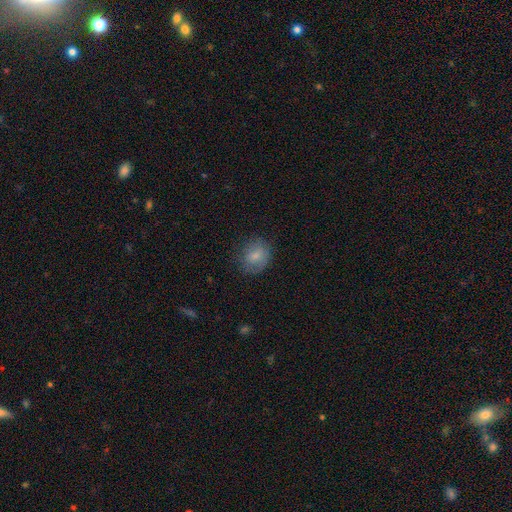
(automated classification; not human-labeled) The model was most divided on "how rounded": round: 63%, in between: 36%, cigar-shaped: 1%. More confident: smooth or featured — smooth (79%); merging — none (73%).